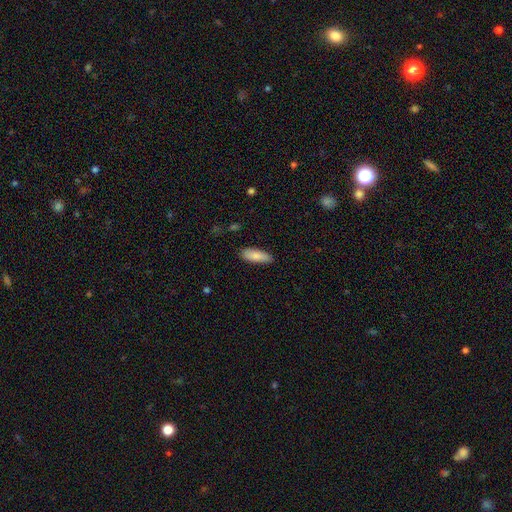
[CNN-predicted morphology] smooth_or_featured: smooth (p=0.84) [alt: featured or disk p=0.10]
how_rounded: in between (p=0.61) [alt: cigar-shaped p=0.38]
merging: none (p=0.86) [alt: minor disturbance p=0.11]